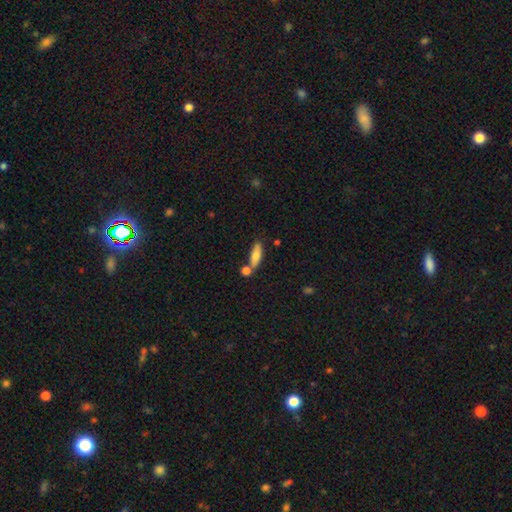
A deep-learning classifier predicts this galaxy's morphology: A smooth galaxy with no disk features (75%) that is cigar-shaped (53%). Merging: none (61%).